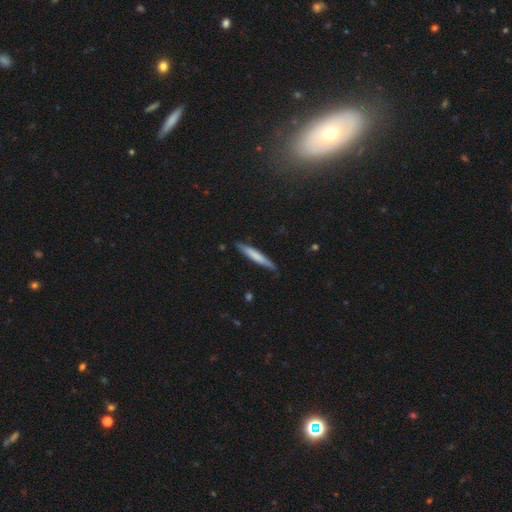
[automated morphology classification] type=smooth (67%); roundness=cigar-shaped (94%); merging=none (87%).